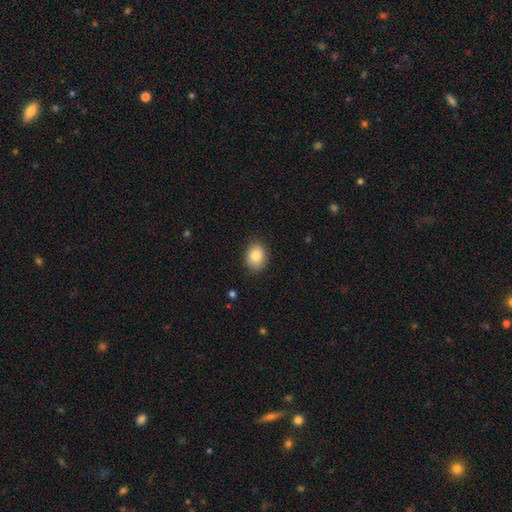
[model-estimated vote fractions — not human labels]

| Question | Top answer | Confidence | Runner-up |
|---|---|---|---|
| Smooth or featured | smooth | 84% | star or artifact (8%) |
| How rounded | in between | 54% | round (45%) |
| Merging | none | 87% | minor disturbance (10%) |